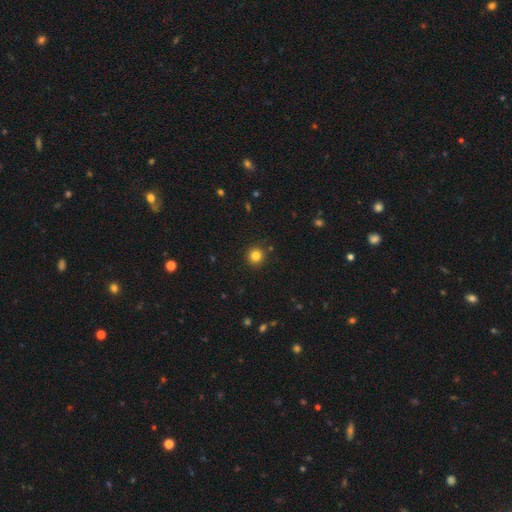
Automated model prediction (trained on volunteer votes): smooth-or-featured: smooth: 82% | star or artifact: 13% | featured or disk: 5%
  how-rounded: round: 94% | in between: 5% | cigar-shaped: 1%
  merging: none: 91% | minor disturbance: 6% | major disturbance: 2% | merger: 2%